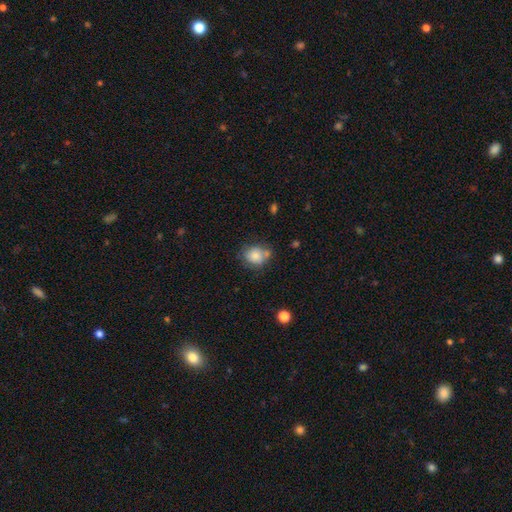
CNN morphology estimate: A smooth galaxy with no disk features (80%) that is round (65%). Merging: none (60%).